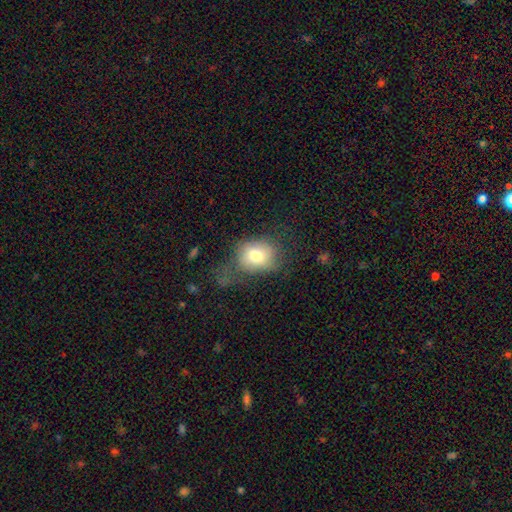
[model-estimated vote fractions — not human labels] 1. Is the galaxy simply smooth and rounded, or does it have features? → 75% smooth, 15% featured or disk, 9% star or artifact.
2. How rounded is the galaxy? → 54% in between, 45% round, 1% cigar-shaped.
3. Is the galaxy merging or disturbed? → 40% none, 30% major disturbance, 27% minor disturbance, 4% merger.